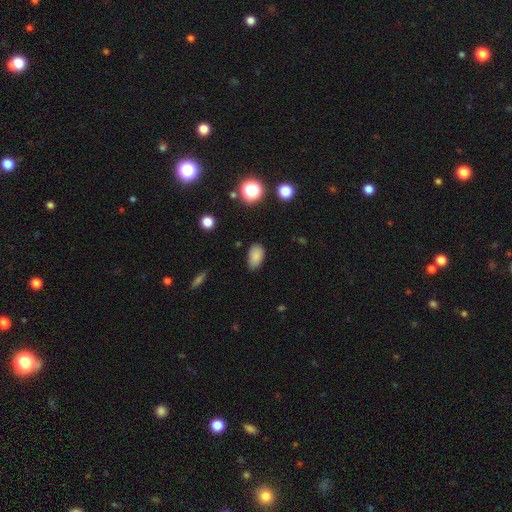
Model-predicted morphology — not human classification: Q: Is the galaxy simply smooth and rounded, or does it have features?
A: smooth — 84%.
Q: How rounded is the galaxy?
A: in between — 91%.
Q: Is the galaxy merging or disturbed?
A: none — 78%.